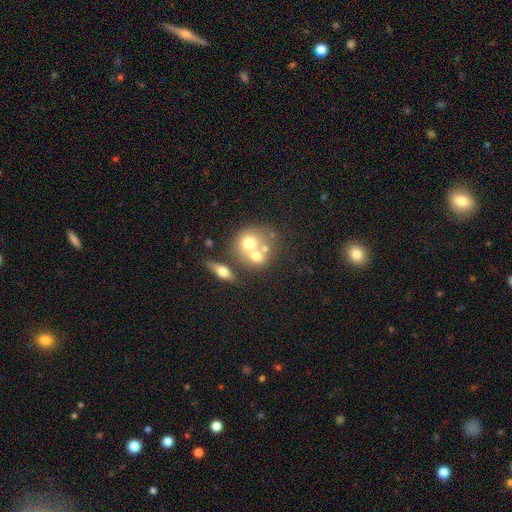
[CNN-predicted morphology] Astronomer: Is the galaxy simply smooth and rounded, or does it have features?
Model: smooth — 60%.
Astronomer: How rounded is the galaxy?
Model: round — 72%.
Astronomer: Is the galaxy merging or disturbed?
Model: merger — 60%.